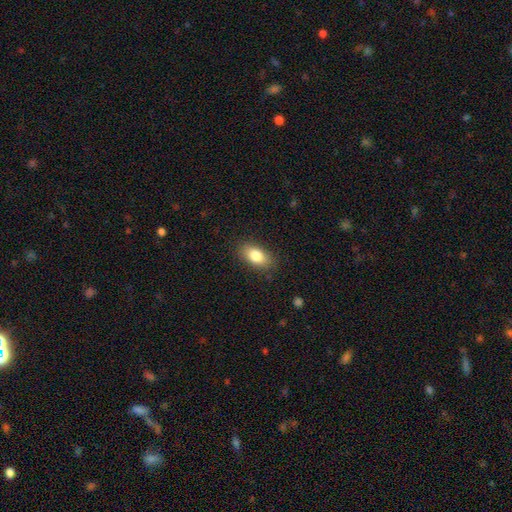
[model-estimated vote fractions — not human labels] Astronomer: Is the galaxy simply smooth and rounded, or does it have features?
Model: smooth — 83%.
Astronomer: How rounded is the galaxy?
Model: in between — 90%.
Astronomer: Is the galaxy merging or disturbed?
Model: none — 85%.